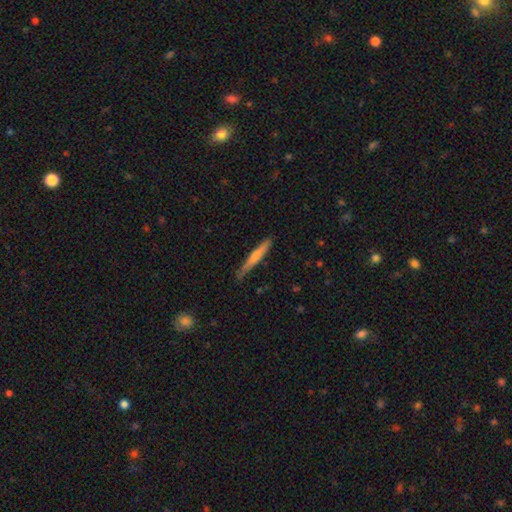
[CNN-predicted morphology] A featured or disk galaxy (53%) viewed edge-on (96%) with a rounded central bulge (60%).

Vote fractions:
- Smooth or featured? featured or disk: 53% / smooth: 41% / star or artifact: 7%
- Edge-on disk? yes: 96% / no: 4%
- Edge-on bulge? rounded: 60% / none: 33% / boxy: 7%
- Merging? none: 86% / minor disturbance: 11% / major disturbance: 2% / merger: 1%